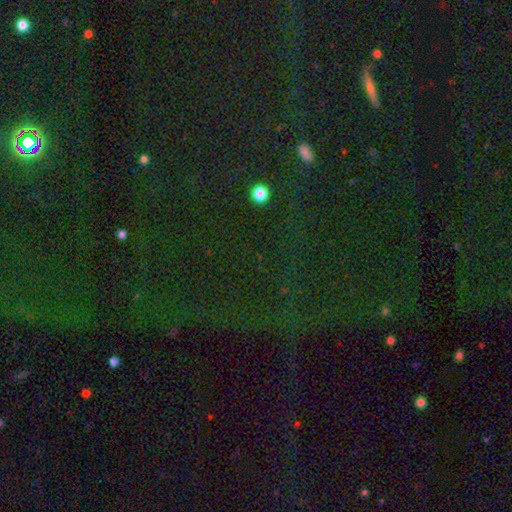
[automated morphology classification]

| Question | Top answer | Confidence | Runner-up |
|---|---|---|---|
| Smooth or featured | star or artifact | 76% | smooth (15%) |